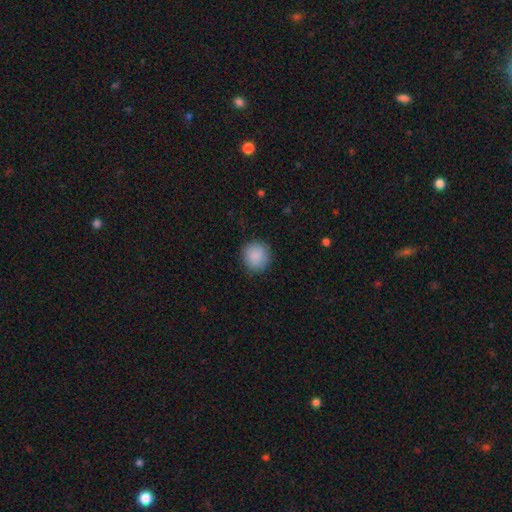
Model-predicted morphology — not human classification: This is clearly a smooth galaxy (89%). How rounded: clearly round (93%). Merging: clearly none (88%).